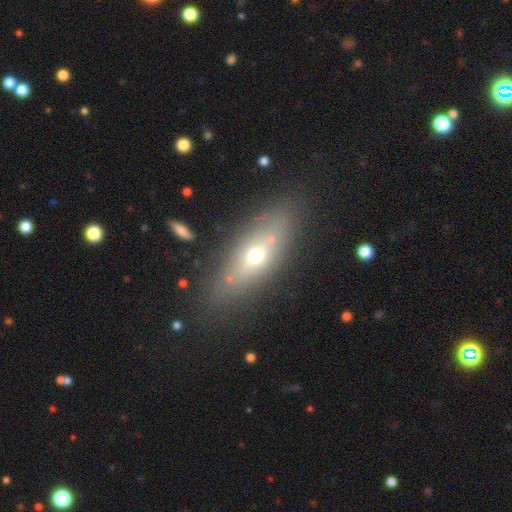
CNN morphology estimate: Smooth or featured?
  - smooth: 53% *
  - featured or disk: 35%
  - star or artifact: 12%
How rounded?
  - in between: 55% *
  - cigar-shaped: 38%
  - round: 7%
Merging?
  - none: 75% *
  - minor disturbance: 13%
  - major disturbance: 6%
  - merger: 5%